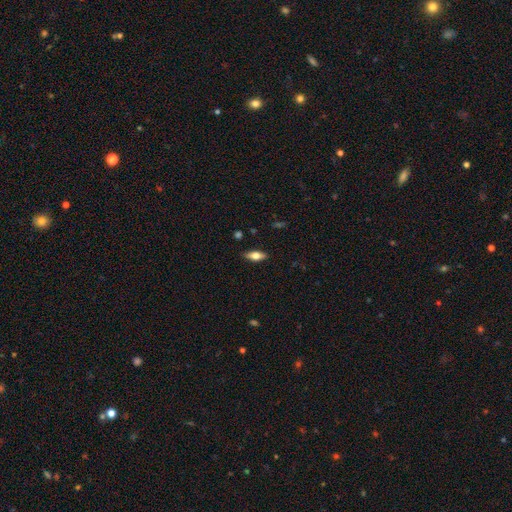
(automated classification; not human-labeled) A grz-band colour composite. It shows a smooth galaxy with no disk features (62%) that is in between round and cigar-shaped (74%). Merging: none (87%).